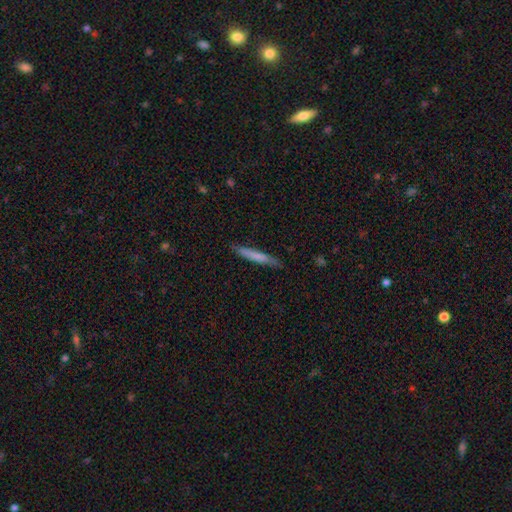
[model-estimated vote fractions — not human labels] This appears to be a smooth galaxy with no disk features (68%) that is cigar-shaped (95%). Merging: none (84%).